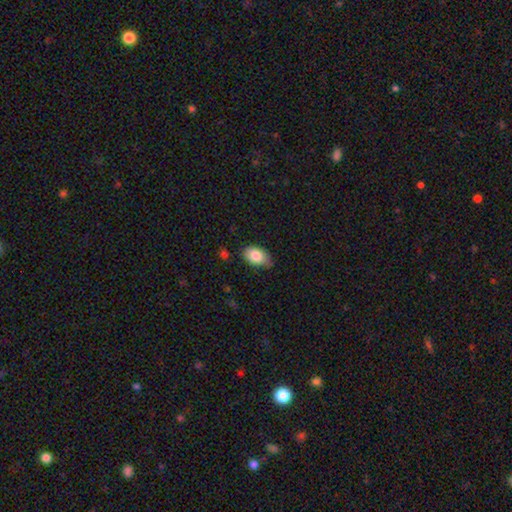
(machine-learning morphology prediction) The model was most divided on "merging": none: 66%, minor disturbance: 28%, major disturbance: 4%, merger: 2%. More confident: how rounded — in between (89%); smooth or featured — smooth (84%).